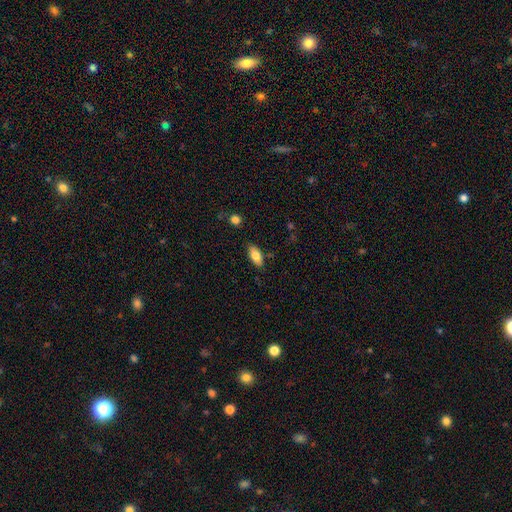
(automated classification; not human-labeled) Morphology: type=smooth (77%); roundness=in between (87%); merging=none (82%).